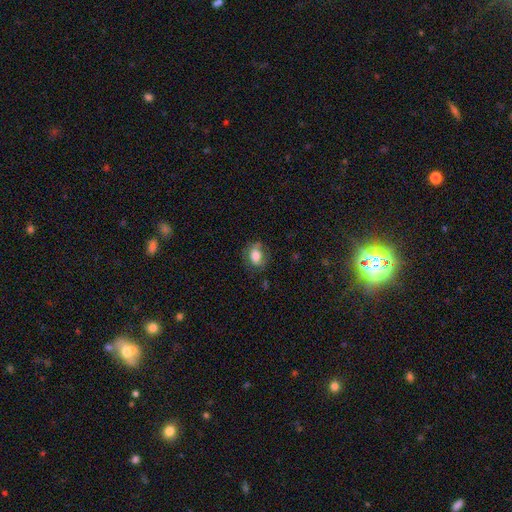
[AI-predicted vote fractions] This appears to be a smooth galaxy with no disk features (74%) that is in between round and cigar-shaped (62%). Merging: none (67%).